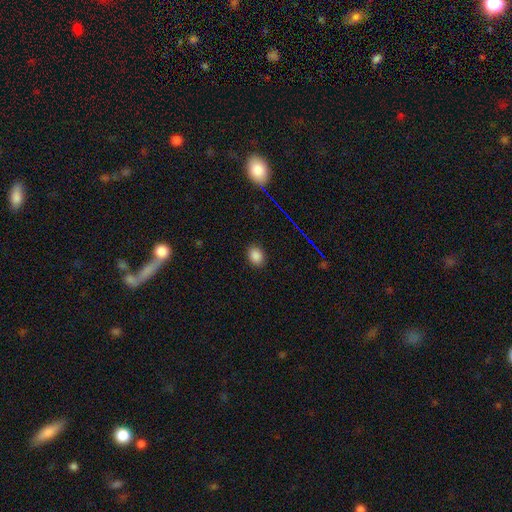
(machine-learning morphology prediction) Q: Smooth or featured?
A: smooth (84%); runner-up: star or artifact (12%)
Q: How rounded?
A: in between (52%); runner-up: round (47%)
Q: Merging?
A: none (88%); runner-up: minor disturbance (8%)